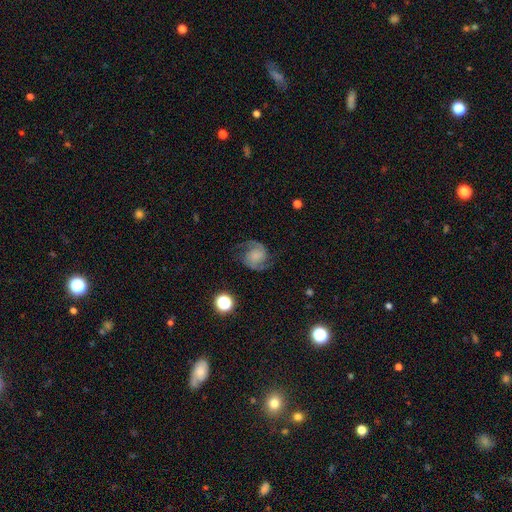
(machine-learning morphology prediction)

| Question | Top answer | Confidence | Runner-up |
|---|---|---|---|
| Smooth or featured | featured or disk | 79% | smooth (13%) |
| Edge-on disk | no | 98% | yes (2%) |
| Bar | no | 65% | weak (29%) |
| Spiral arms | yes | 97% | no (3%) |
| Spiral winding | medium | 53% | loose (26%) |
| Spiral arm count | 2 | 93% | can't tell (2%) |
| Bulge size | none | 46% | small (23%) |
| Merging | none | 76% | minor disturbance (15%) |